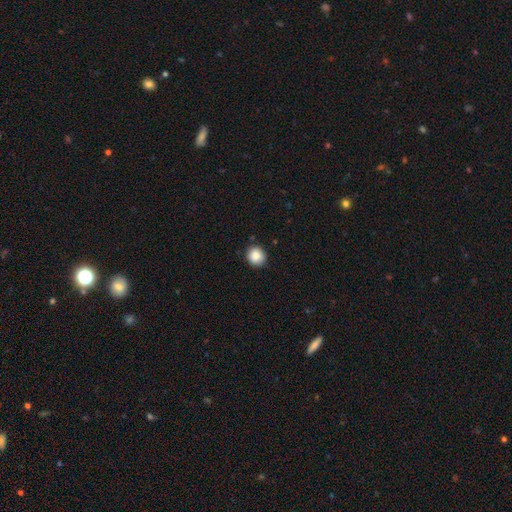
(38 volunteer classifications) Smooth or featured? smooth (92%)
How rounded? round (86%)
Merging? none (75%)